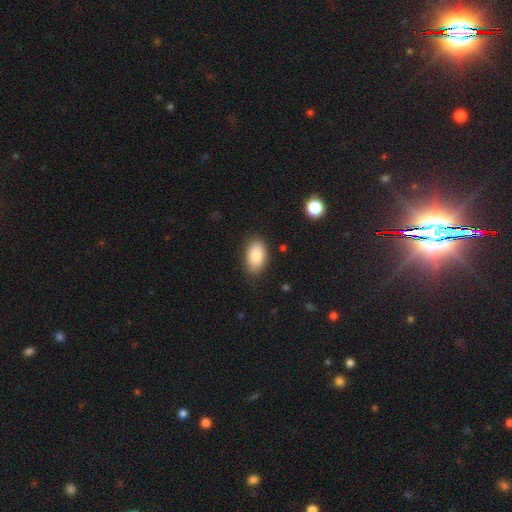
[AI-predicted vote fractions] Smooth or featured? smooth (85%)
How rounded? in between (93%)
Merging? none (84%)